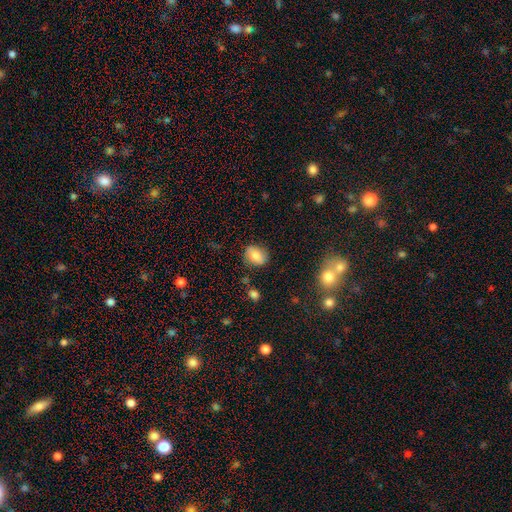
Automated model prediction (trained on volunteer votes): smooth 81%, featured or disk 10%, star or artifact 9%. Down the decision tree: how rounded — in between (56%); merging — none (83%).